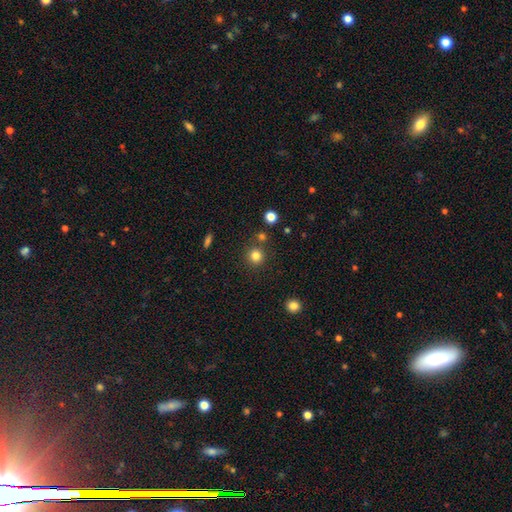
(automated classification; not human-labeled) Smooth or featured?
  - smooth: 82% *
  - star or artifact: 13%
  - featured or disk: 5%
How rounded?
  - round: 92% *
  - in between: 7%
  - cigar-shaped: 1%
Merging?
  - none: 81% *
  - merger: 8%
  - minor disturbance: 7%
  - major disturbance: 3%